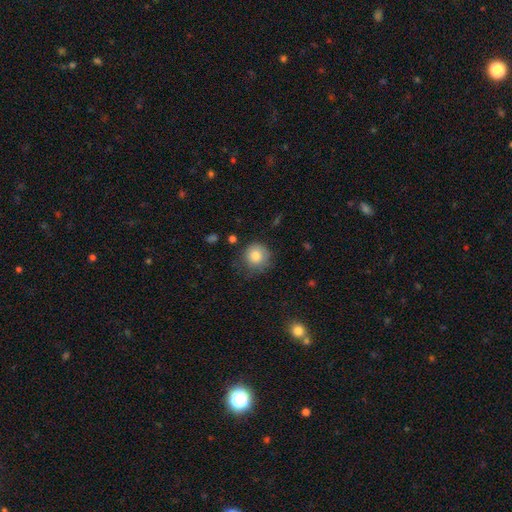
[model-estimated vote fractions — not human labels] Q: Smooth or featured?
A: smooth (81%); runner-up: star or artifact (9%)
Q: How rounded?
A: round (92%); runner-up: in between (7%)
Q: Merging?
A: none (70%); runner-up: minor disturbance (22%)